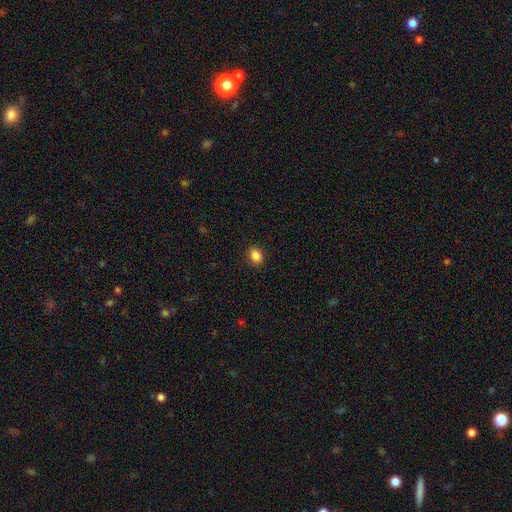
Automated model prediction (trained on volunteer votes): This appears to be a smooth galaxy with no disk features (87%) that is in between round and cigar-shaped (63%). Merging: none (90%).